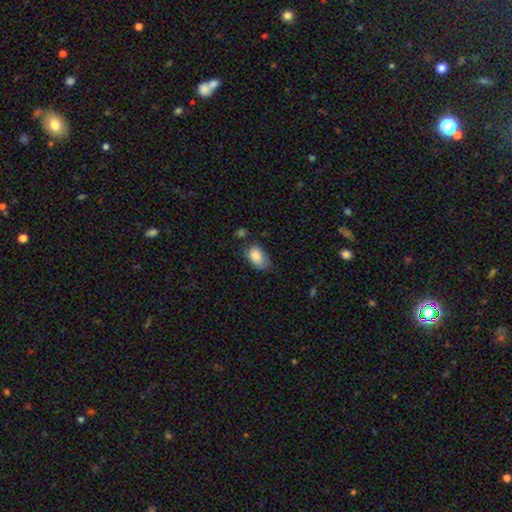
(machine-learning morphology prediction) Smooth or featured? Predicted: smooth (p=0.85). How rounded? Predicted: in between (p=0.89). Merging? Predicted: none (p=0.51).